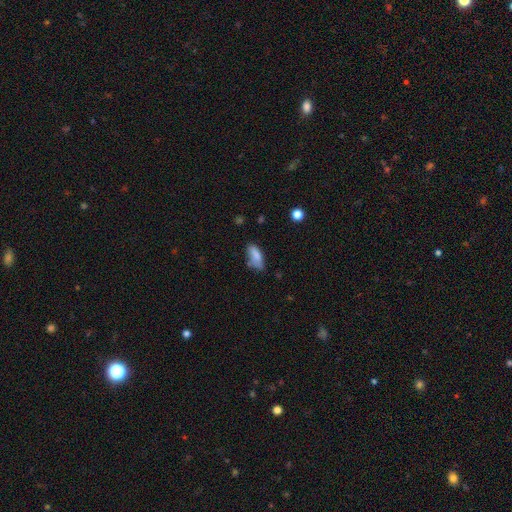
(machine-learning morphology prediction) A smooth galaxy with no disk features (80%) that is in between round and cigar-shaped (78%). Merging: none (59%).